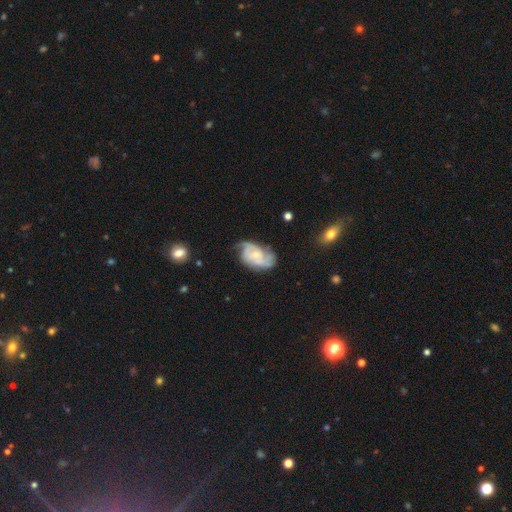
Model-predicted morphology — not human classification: The model was most divided on "spiral winding": medium: 42%, tight: 40%, loose: 18%. Remaining: edge-on disk — no (97%); spiral arms — yes (92%); smooth or featured — featured or disk (79%); bar — no (66%); bulge size — small (58%); merging — none (56%); spiral arm count — 2 (46%).